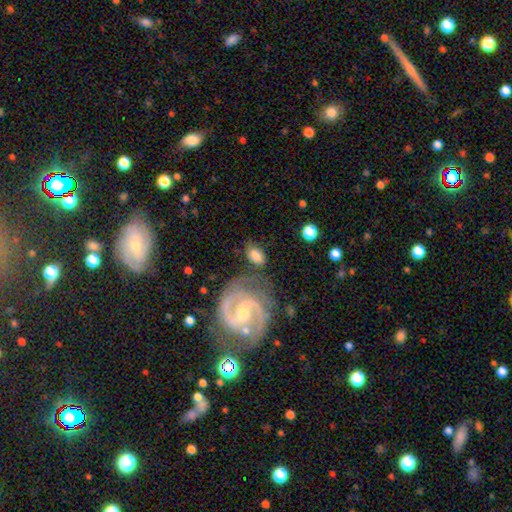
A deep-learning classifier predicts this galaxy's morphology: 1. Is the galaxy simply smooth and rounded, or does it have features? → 57% smooth, 36% featured or disk, 7% star or artifact.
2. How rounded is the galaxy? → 83% in between, 15% round, 2% cigar-shaped.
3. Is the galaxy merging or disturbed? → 63% none, 20% minor disturbance, 9% merger, 8% major disturbance.